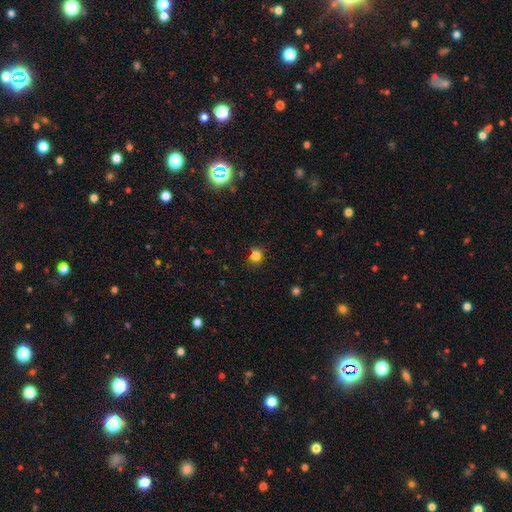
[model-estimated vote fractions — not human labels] Smooth or featured? smooth (78%)
How rounded? round (55%)
Merging? none (69%)